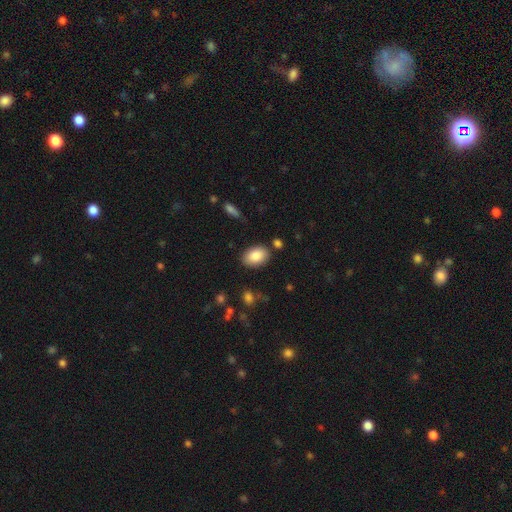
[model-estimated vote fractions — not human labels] The model was most divided on "merging": none: 84%, minor disturbance: 10%, merger: 3%, major disturbance: 3%. More confident: how rounded — in between (89%); smooth or featured — smooth (87%).